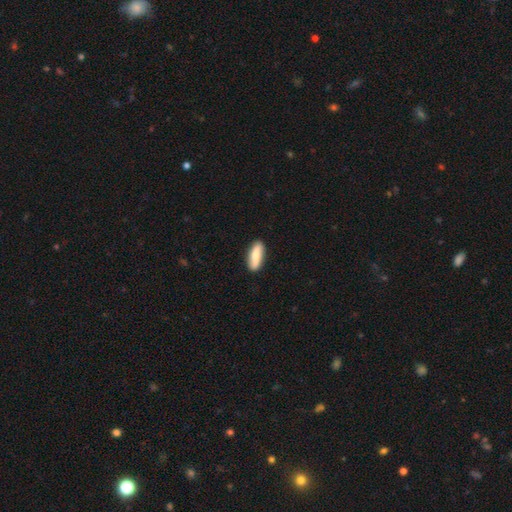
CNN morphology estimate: smooth 76%, featured or disk 19%, star or artifact 6%. Down the decision tree: how rounded — in between (56%); merging — none (87%).